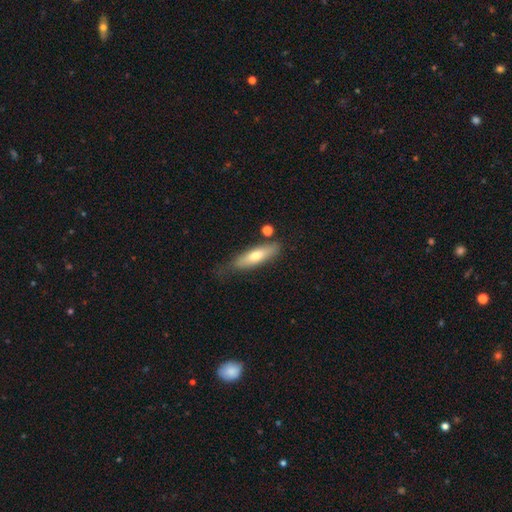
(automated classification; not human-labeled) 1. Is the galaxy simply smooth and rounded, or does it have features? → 63% smooth, 31% featured or disk, 6% star or artifact.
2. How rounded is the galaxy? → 63% cigar-shaped, 35% in between, 2% round.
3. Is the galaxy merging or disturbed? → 66% none, 22% minor disturbance, 6% major disturbance, 6% merger.